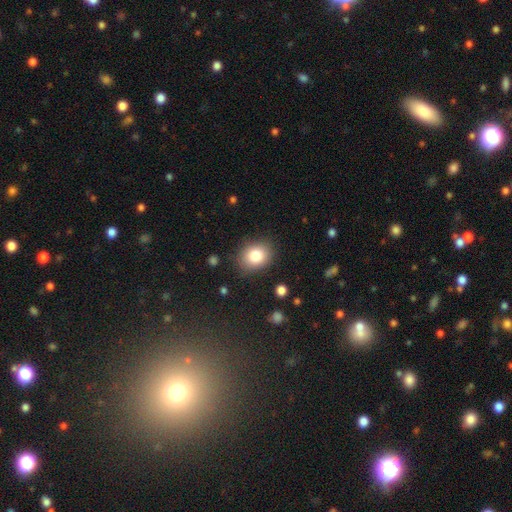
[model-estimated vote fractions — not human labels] A smooth galaxy with no disk features (81%) that is round (51%).

Vote fractions:
- Smooth or featured? smooth: 81% / star or artifact: 10% / featured or disk: 9%
- How rounded? round: 51% / in between: 48% / cigar-shaped: 1%
- Merging? none: 84% / minor disturbance: 11% / major disturbance: 3% / merger: 1%